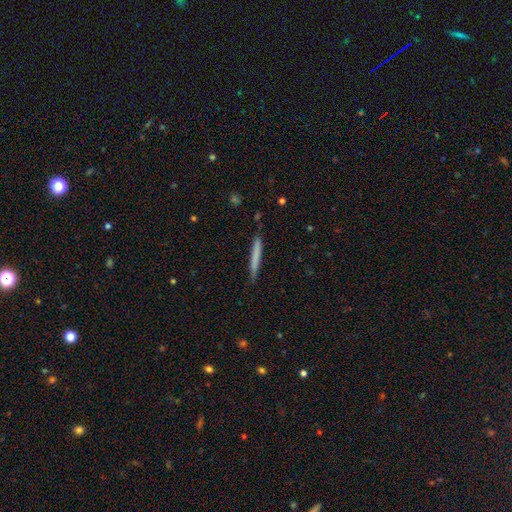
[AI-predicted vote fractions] smooth-or-featured: smooth: 70% | featured or disk: 24% | star or artifact: 6%
  how-rounded: cigar-shaped: 97% | in between: 2% | round: 1%
  merging: none: 84% | minor disturbance: 13% | major disturbance: 2% | merger: 2%